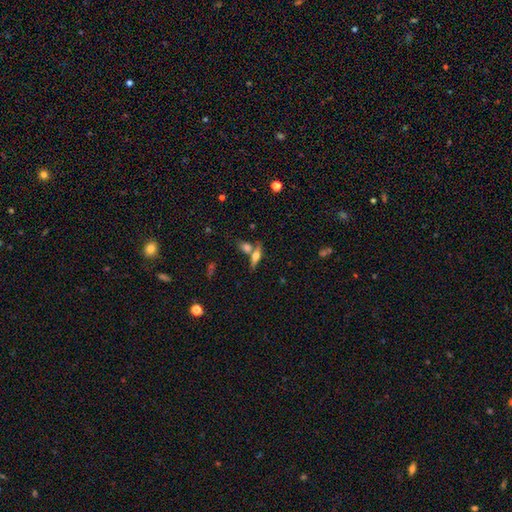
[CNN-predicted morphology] This is possibly a featured or disk galaxy (52%). It is clearly viewed edge-on (91%). Merging: possibly none (58%).